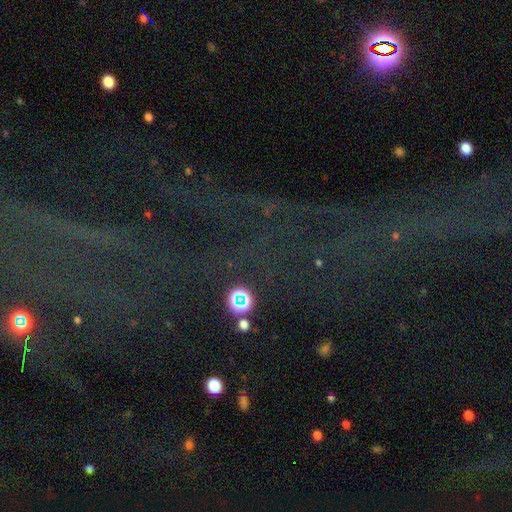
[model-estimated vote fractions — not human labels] smooth-or-featured: star or artifact: 77% | featured or disk: 12% | smooth: 11%